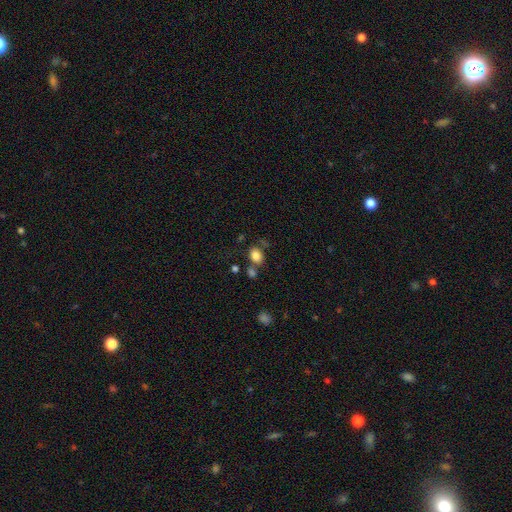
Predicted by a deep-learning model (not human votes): Morphology: type=smooth (81%); roundness=in between (60%); merging=none (63%).